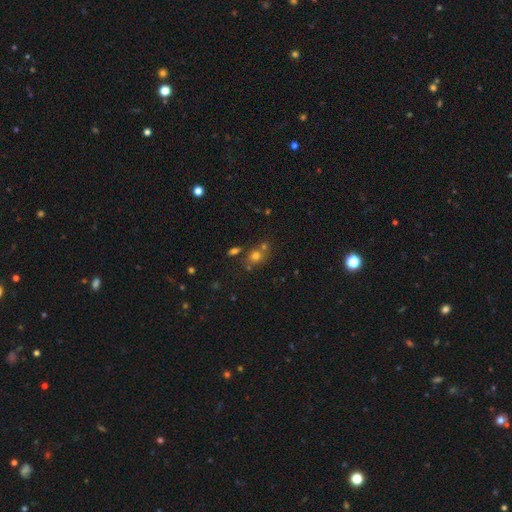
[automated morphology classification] A smooth galaxy with no disk features (69%) that is round (64%).

Vote fractions:
- Smooth or featured? smooth: 69% / star or artifact: 18% / featured or disk: 12%
- How rounded? round: 64% / in between: 34% / cigar-shaped: 1%
- Merging? none: 60% / merger: 23% / minor disturbance: 13% / major disturbance: 5%